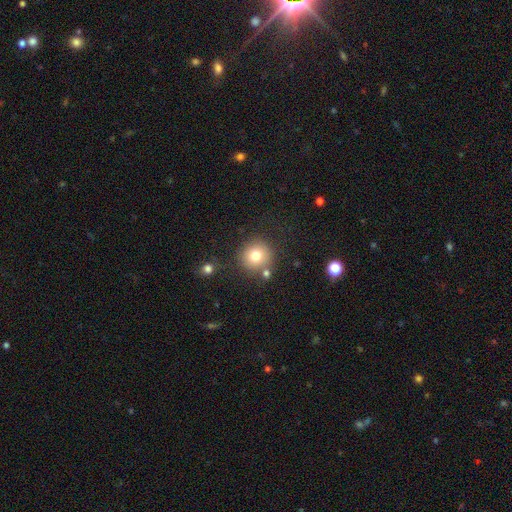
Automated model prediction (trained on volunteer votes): This is likely a smooth galaxy (76%). How rounded: clearly round (93%). Merging: likely none (79%).